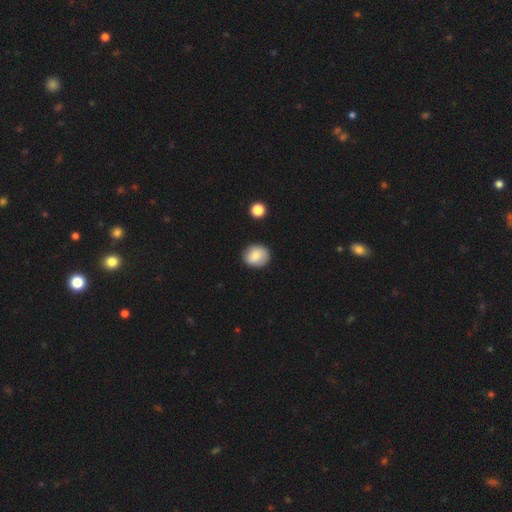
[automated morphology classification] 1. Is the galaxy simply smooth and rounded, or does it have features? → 83% smooth, 10% featured or disk, 8% star or artifact.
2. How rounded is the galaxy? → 71% round, 28% in between, 1% cigar-shaped.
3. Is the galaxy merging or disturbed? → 86% none, 10% minor disturbance, 2% major disturbance, 2% merger.